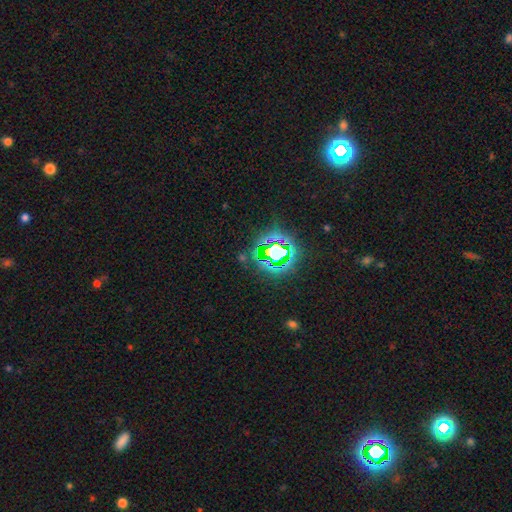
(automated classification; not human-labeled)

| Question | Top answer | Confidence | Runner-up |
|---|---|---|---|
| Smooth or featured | star or artifact | 78% | smooth (14%) |